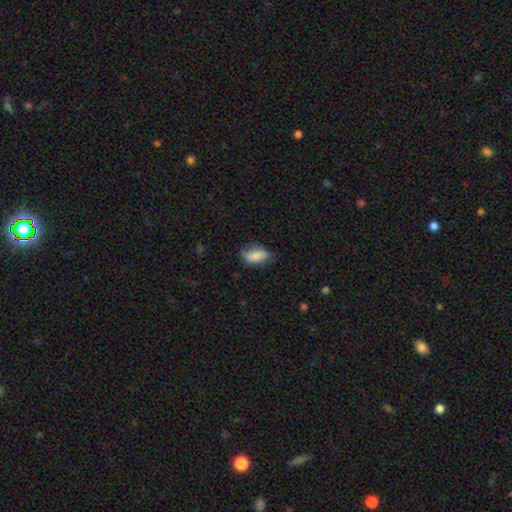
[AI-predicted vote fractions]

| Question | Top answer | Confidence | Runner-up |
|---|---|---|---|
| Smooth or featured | smooth | 78% | featured or disk (15%) |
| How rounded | in between | 86% | cigar-shaped (9%) |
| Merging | none | 64% | minor disturbance (27%) |